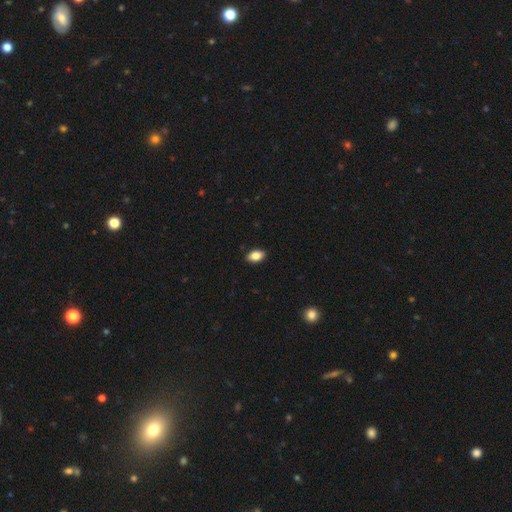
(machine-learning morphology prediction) Smooth or featured?
  - smooth: 85% *
  - star or artifact: 8%
  - featured or disk: 7%
How rounded?
  - in between: 90% *
  - round: 8%
  - cigar-shaped: 2%
Merging?
  - none: 90% *
  - minor disturbance: 8%
  - major disturbance: 2%
  - merger: 1%